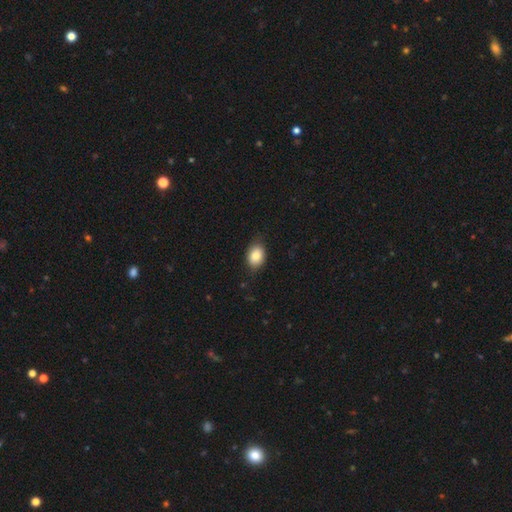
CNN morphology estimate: Smooth or featured? smooth (83%)
How rounded? in between (75%)
Merging? none (80%)